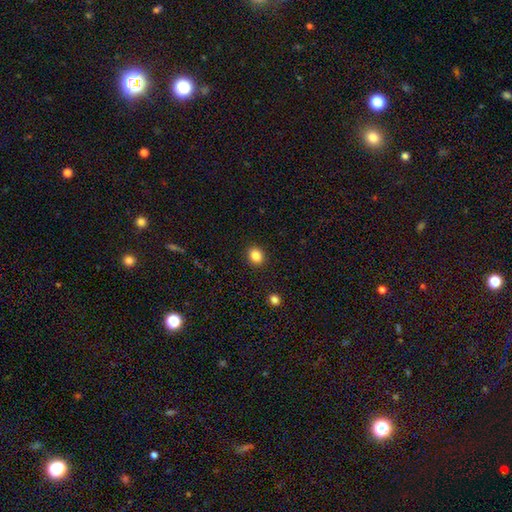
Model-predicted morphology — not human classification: type=smooth (85%); roundness=round (70%); merging=none (91%).